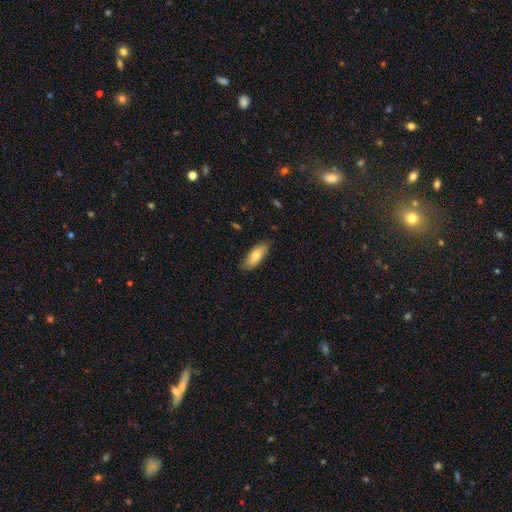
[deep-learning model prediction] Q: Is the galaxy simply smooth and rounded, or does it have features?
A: smooth — 75%.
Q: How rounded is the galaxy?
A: in between — 80%.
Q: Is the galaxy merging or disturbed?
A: none — 82%.